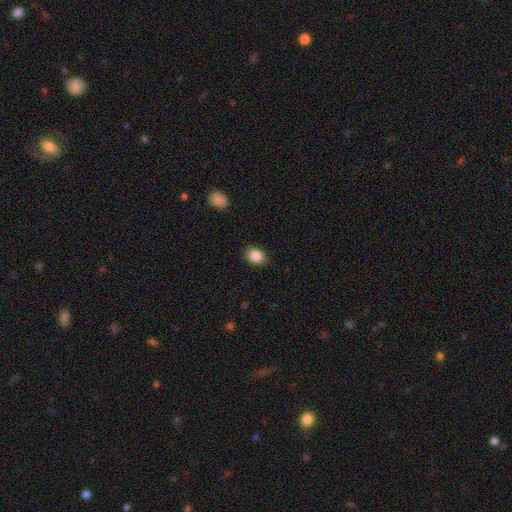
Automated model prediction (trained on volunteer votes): Smooth or featured?
  - smooth: 87% *
  - star or artifact: 9%
  - featured or disk: 4%
How rounded?
  - in between: 62% *
  - round: 37%
  - cigar-shaped: 1%
Merging?
  - none: 88% *
  - minor disturbance: 8%
  - major disturbance: 2%
  - merger: 1%